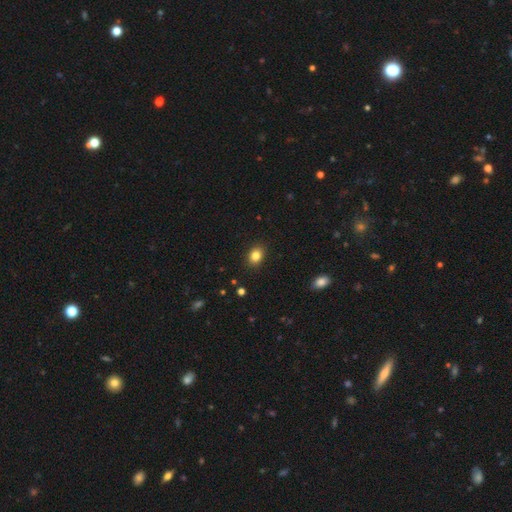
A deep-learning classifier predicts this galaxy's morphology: Smooth or featured? smooth (84%)
How rounded? in between (56%)
Merging? none (89%)